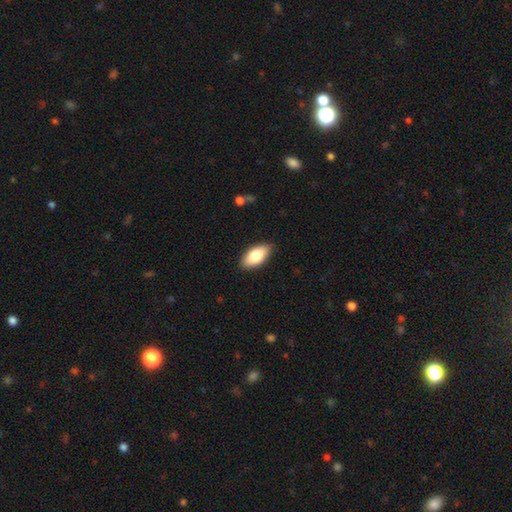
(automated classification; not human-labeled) Smooth or featured: smooth — 79% (featured or disk — 15%)
How rounded: in between — 91% (cigar-shaped — 7%)
Merging: none — 87% (minor disturbance — 10%)